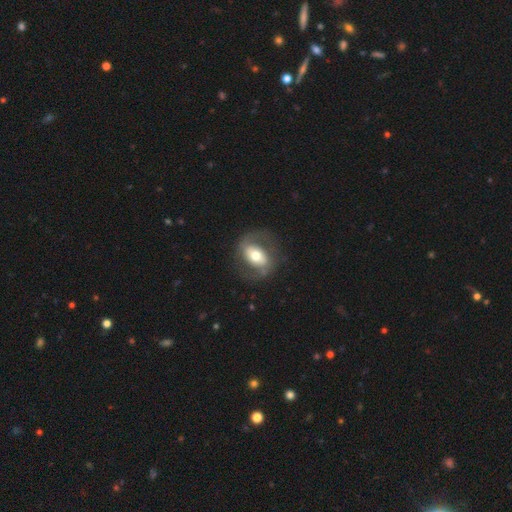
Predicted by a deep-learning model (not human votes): featured or disk 61%, smooth 34%, star or artifact 6%. Down the decision tree: edge-on disk — no (95%); bar — no (38%); spiral arms — yes (60%); bulge size — moderate (64%); merging — none (72%).